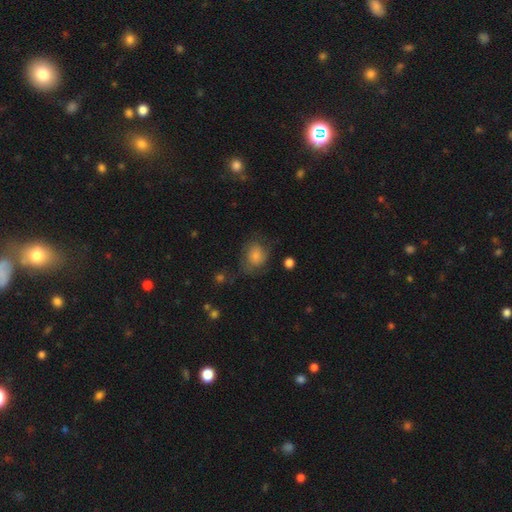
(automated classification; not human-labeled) Q: Smooth or featured?
A: smooth (70%); runner-up: featured or disk (21%)
Q: How rounded?
A: round (56%); runner-up: in between (43%)
Q: Merging?
A: none (51%); runner-up: minor disturbance (27%)